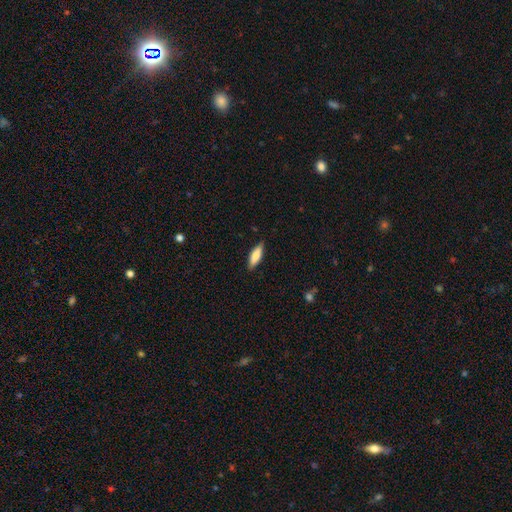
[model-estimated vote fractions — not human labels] Smooth or featured?
  - smooth: 78% *
  - featured or disk: 16%
  - star or artifact: 6%
How rounded?
  - in between: 52% *
  - cigar-shaped: 46%
  - round: 2%
Merging?
  - none: 85% *
  - minor disturbance: 12%
  - major disturbance: 2%
  - merger: 1%